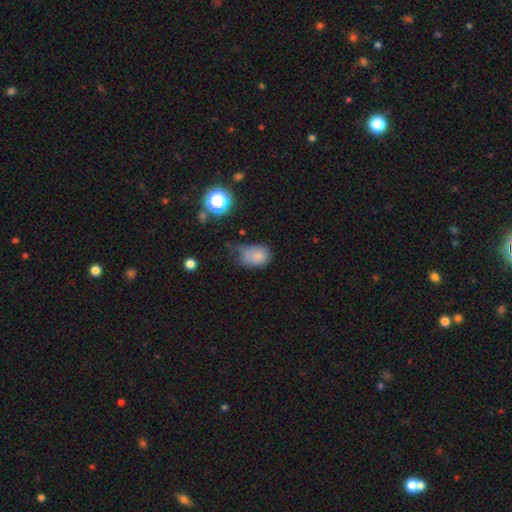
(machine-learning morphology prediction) smooth-or-featured: smooth: 76% | star or artifact: 13% | featured or disk: 12%
  how-rounded: in between: 70% | round: 29% | cigar-shaped: 1%
  merging: minor disturbance: 38% | none: 28% | major disturbance: 27% | merger: 7%